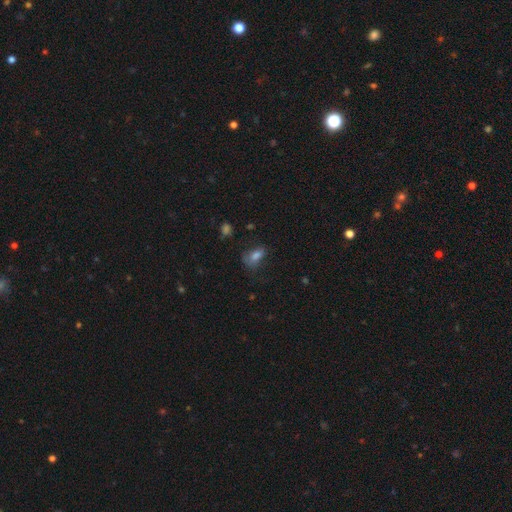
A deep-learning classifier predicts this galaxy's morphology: Smooth or featured? smooth (65%)
How rounded? in between (82%)
Merging? none (43%)